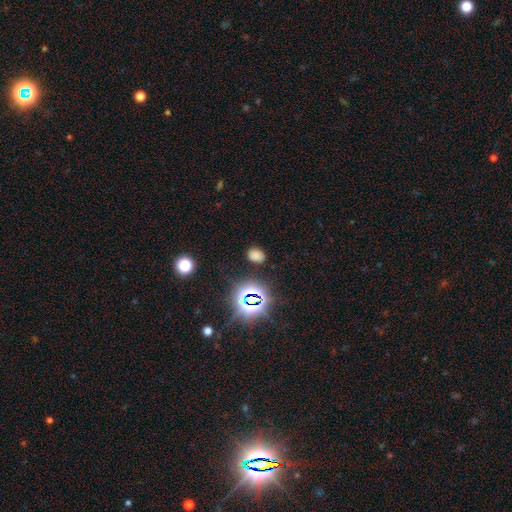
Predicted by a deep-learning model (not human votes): Smooth or featured? smooth (64%)
How rounded? in between (71%)
Merging? none (81%)